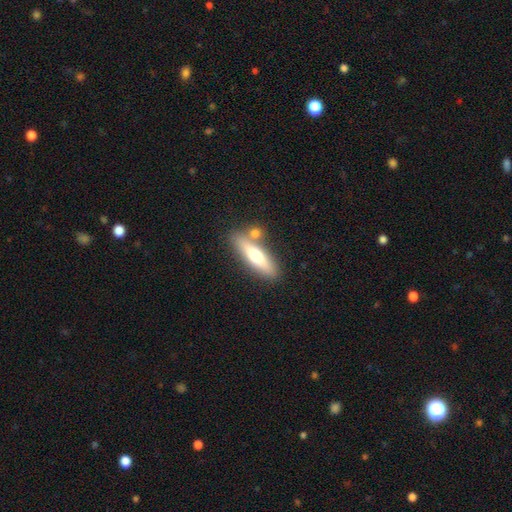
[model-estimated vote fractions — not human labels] Smooth or featured: smooth — 56% (featured or disk — 37%)
How rounded: cigar-shaped — 64% (in between — 33%)
Merging: none — 69% (merger — 16%)